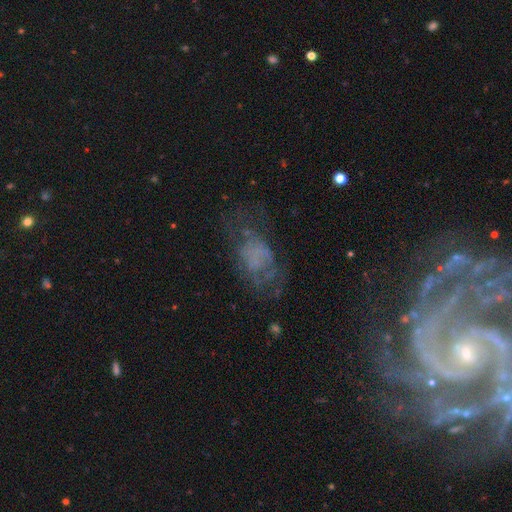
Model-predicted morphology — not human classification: A featured or disk galaxy (47%).

Vote fractions:
- Smooth or featured? featured or disk: 47% / smooth: 36% / star or artifact: 17%
- Merging? none: 42% / major disturbance: 33% / minor disturbance: 22% / merger: 3%